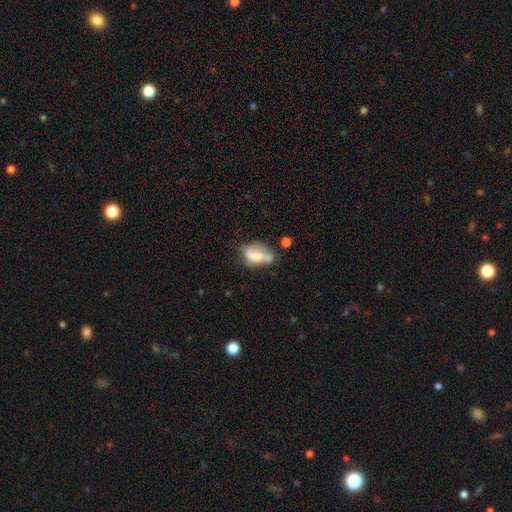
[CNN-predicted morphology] Overall: featured or disk (47%; smooth 45%). Merging: none (32%; minor disturbance 27%).